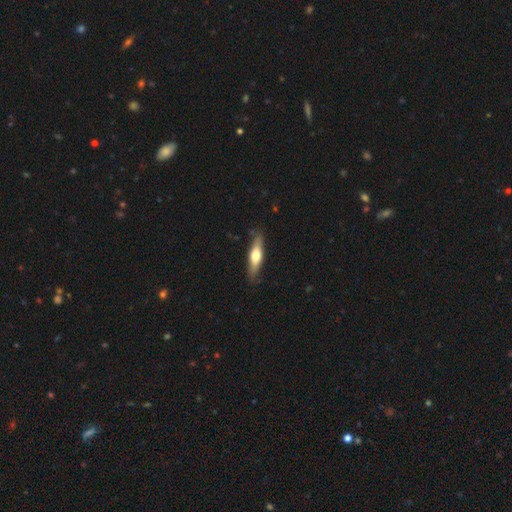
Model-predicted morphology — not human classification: smooth-or-featured: smooth: 50% | featured or disk: 45% | star or artifact: 5%
  how-rounded: cigar-shaped: 68% | in between: 30% | round: 2%
  merging: none: 83% | minor disturbance: 13% | major disturbance: 3% | merger: 1%